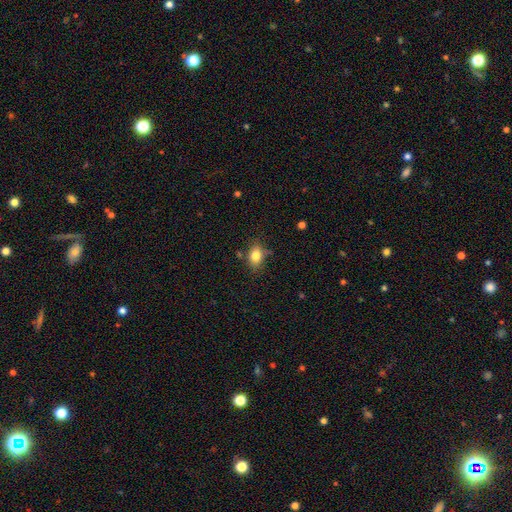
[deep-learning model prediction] smooth_or_featured: smooth (p=0.81) [alt: featured or disk p=0.09]
how_rounded: in between (p=0.79) [alt: round p=0.19]
merging: none (p=0.76) [alt: minor disturbance p=0.17]